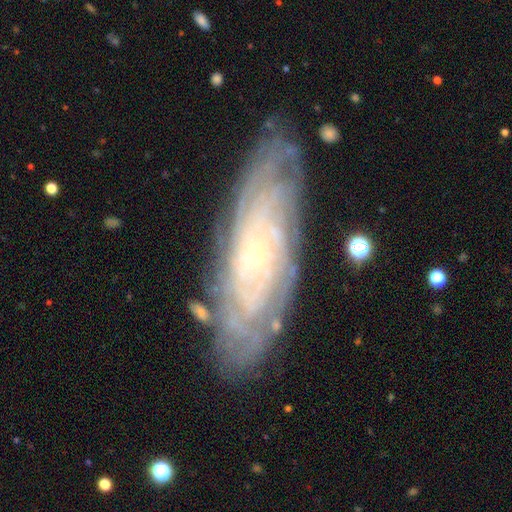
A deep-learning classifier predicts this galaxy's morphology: Smooth or featured? Predicted: featured or disk (p=0.84). Edge-on disk? Predicted: no (p=0.86). Bar? Predicted: no (p=0.76). Spiral arms? Predicted: yes (p=0.96). Spiral winding? Predicted: tight (p=0.81). Spiral arm count? Predicted: can't tell (p=0.42). Bulge size? Predicted: small (p=0.86). Merging? Predicted: none (p=0.81).